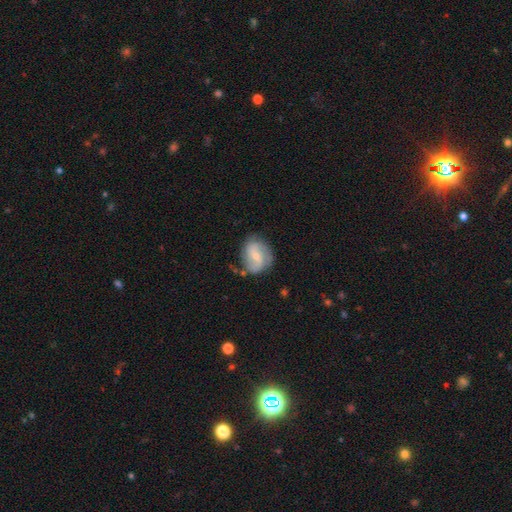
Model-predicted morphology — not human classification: Smooth or featured? featured or disk (63%)
Edge-on disk? no (97%)
Bar? weak (48%)
Spiral arms? yes (86%)
Spiral winding? medium (43%)
Spiral arm count? 2 (74%)
Bulge size? small (56%)
Merging? none (68%)